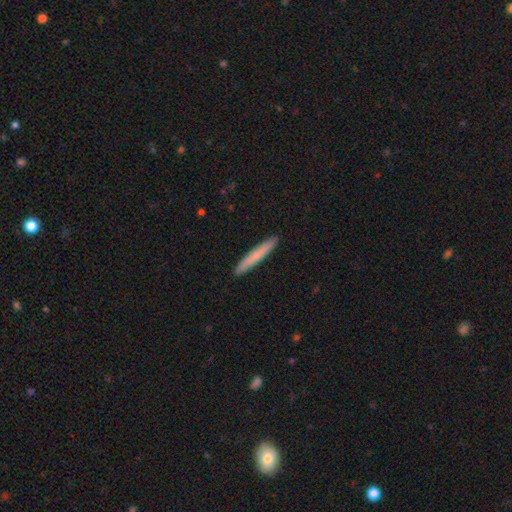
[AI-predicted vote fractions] A smooth galaxy with no disk features (74%) that is cigar-shaped (96%).

Vote fractions:
- Smooth or featured? smooth: 74% / featured or disk: 21% / star or artifact: 5%
- How rounded? cigar-shaped: 96% / in between: 3% / round: 1%
- Merging? none: 93% / minor disturbance: 5% / major disturbance: 1% / merger: 1%